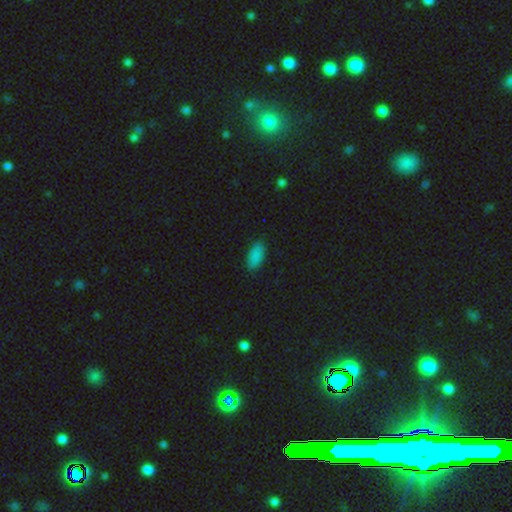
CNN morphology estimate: A smooth galaxy with no disk features (87%) that is in between round and cigar-shaped (91%).

Vote fractions:
- Smooth or featured? smooth: 87% / star or artifact: 9% / featured or disk: 4%
- How rounded? in between: 91% / cigar-shaped: 7% / round: 3%
- Merging? none: 86% / minor disturbance: 11% / major disturbance: 2% / merger: 1%